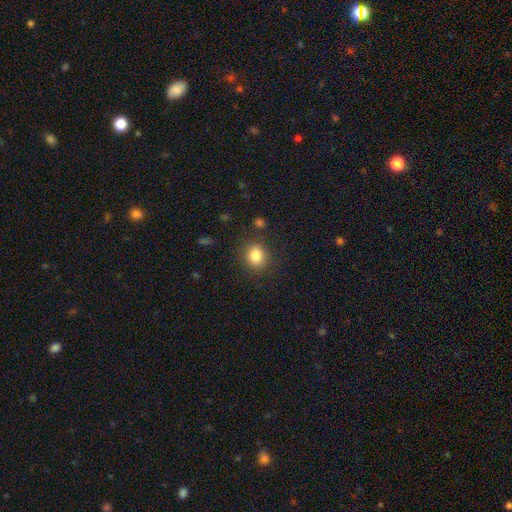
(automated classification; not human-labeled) Q: Smooth or featured?
A: smooth (84%); runner-up: star or artifact (10%)
Q: How rounded?
A: round (66%); runner-up: in between (33%)
Q: Merging?
A: none (85%); runner-up: minor disturbance (9%)